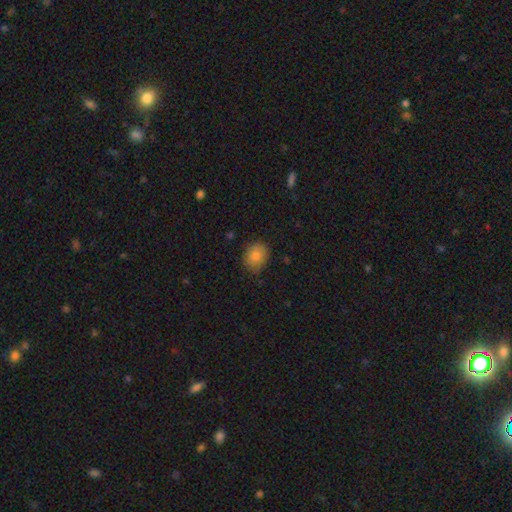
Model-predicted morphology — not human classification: Smooth or featured?
  - smooth: 81% *
  - featured or disk: 10%
  - star or artifact: 9%
How rounded?
  - round: 55% *
  - in between: 44%
  - cigar-shaped: 1%
Merging?
  - none: 81% *
  - minor disturbance: 15%
  - major disturbance: 3%
  - merger: 1%